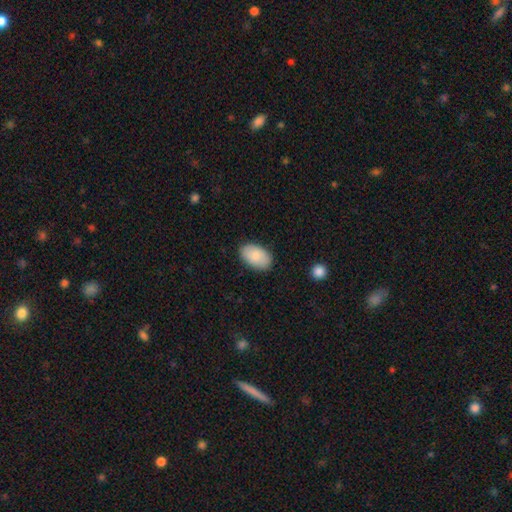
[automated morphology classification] Smooth or featured? Predicted: smooth (p=0.84). How rounded? Predicted: in between (p=0.93). Merging? Predicted: none (p=0.86).